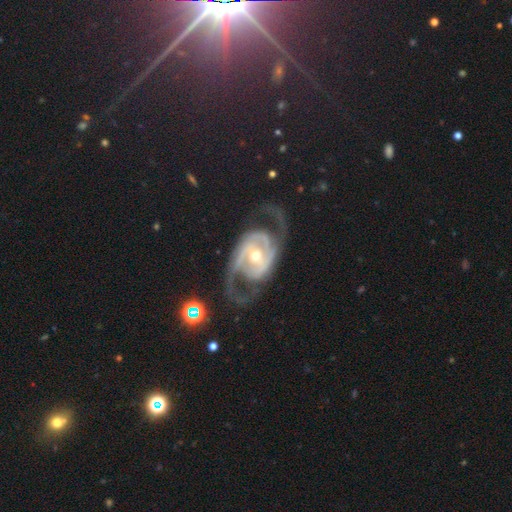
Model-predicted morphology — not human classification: type=featured or disk (91%); edge-on=no (97%); bar=no (43%); spiral arms=yes (95%); winding=medium (52%); arm count=2 (85%); bulge=moderate (58%); merging=none (67%).